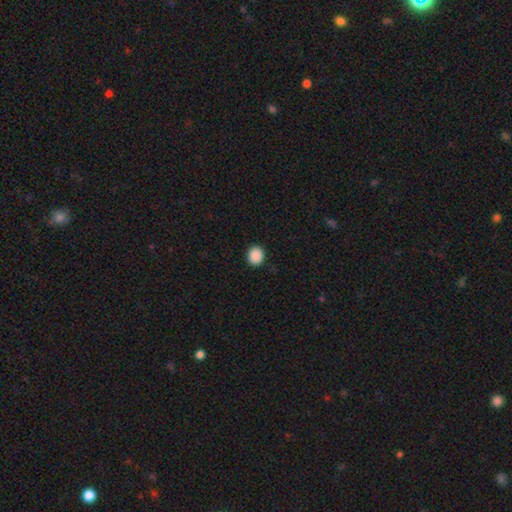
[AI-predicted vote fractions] Overall: smooth (90%). How rounded: round (70%). Merging: none (91%).